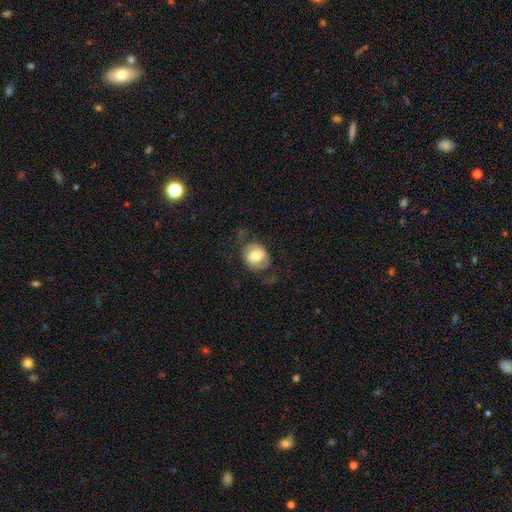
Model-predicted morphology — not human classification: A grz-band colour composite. It shows a smooth galaxy with no disk features (62%) that is round (59%). Merging: none (59%).